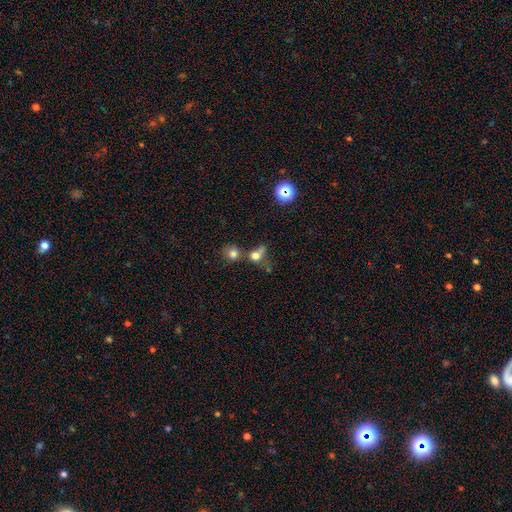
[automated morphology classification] Smooth or featured: smooth — 68% (star or artifact — 16%)
How rounded: round — 67% (in between — 30%)
Merging: merger — 43% (none — 30%)